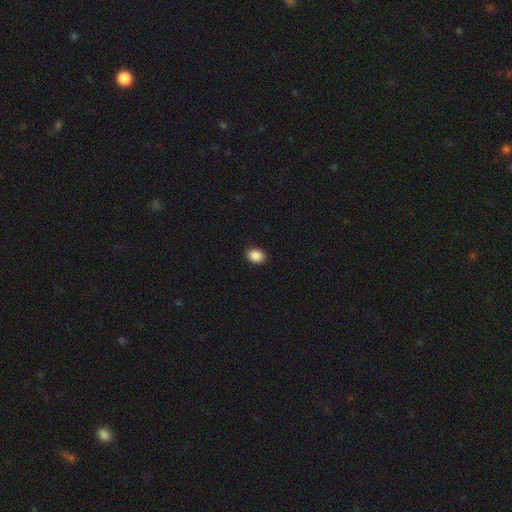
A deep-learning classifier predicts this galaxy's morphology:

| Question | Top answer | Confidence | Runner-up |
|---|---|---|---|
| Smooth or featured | smooth | 89% | star or artifact (8%) |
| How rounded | in between | 65% | round (34%) |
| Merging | none | 91% | minor disturbance (6%) |